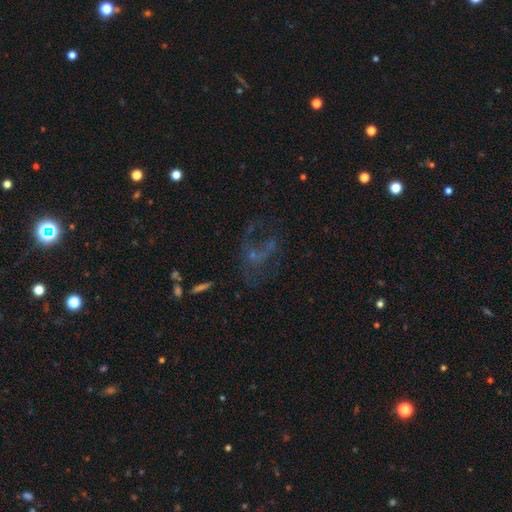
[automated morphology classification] Q: Smooth or featured?
A: featured or disk (53%); runner-up: smooth (24%)
Q: Edge-on disk?
A: no (97%); runner-up: yes (3%)
Q: Bar?
A: no (87%); runner-up: weak (11%)
Q: Spiral arms?
A: no (75%); runner-up: yes (25%)
Q: Bulge size?
A: none (48%); runner-up: small (40%)
Q: Merging?
A: major disturbance (42%); runner-up: none (36%)